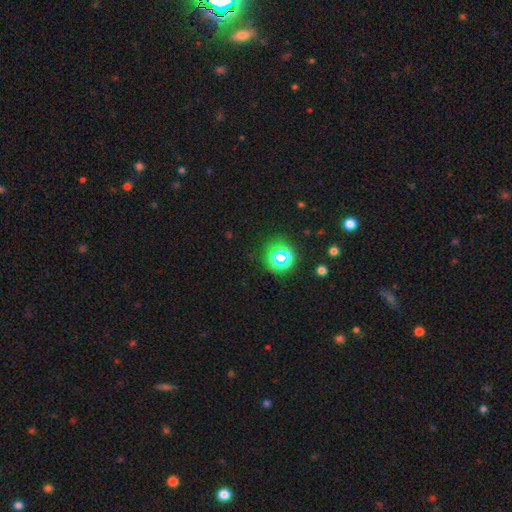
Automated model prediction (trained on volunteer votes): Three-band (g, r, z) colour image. It shows a star or artifact, not a galaxy (50%).